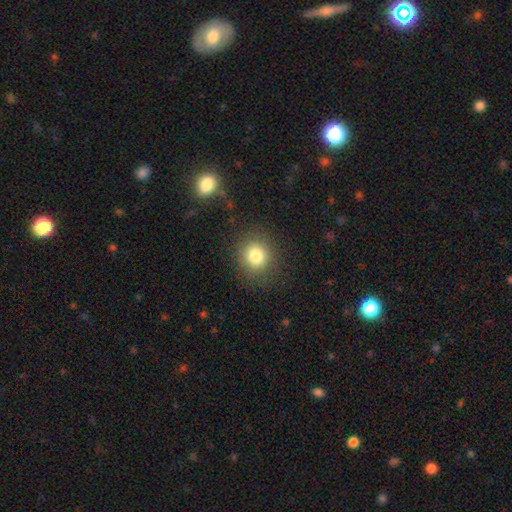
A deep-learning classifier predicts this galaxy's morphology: type=smooth (81%); roundness=round (85%); merging=none (85%).